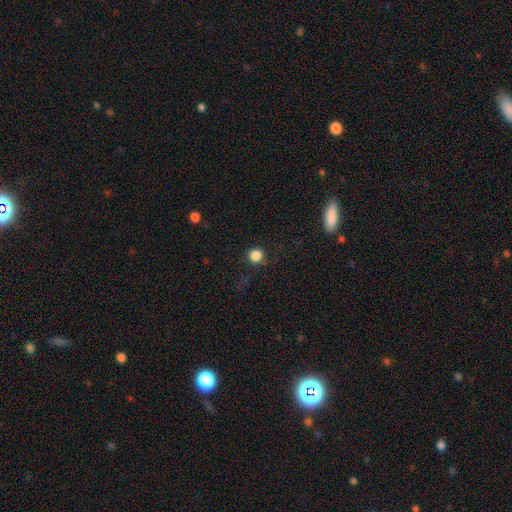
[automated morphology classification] type=smooth (85%); roundness=round (94%); merging=none (88%).